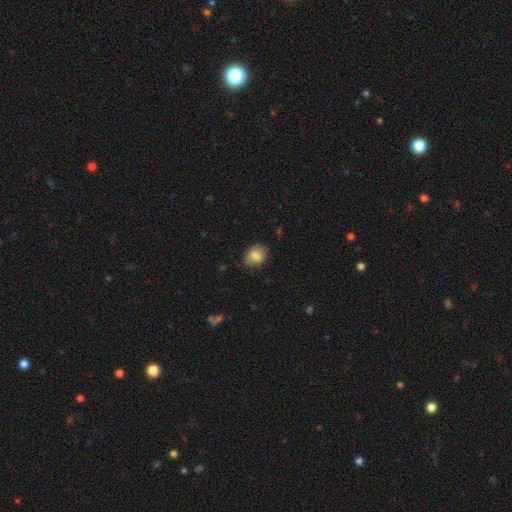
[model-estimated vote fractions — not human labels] smooth 80%, featured or disk 11%, star or artifact 8%. Down the decision tree: how rounded — in between (52%); merging — none (79%).